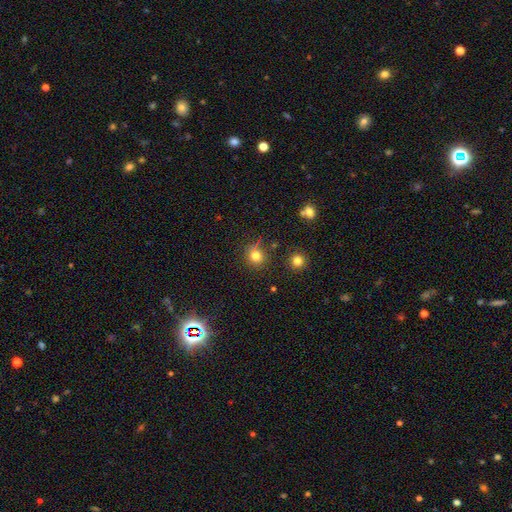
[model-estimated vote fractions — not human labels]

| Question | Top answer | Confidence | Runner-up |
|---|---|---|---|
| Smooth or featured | smooth | 79% | star or artifact (15%) |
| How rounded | round | 88% | in between (11%) |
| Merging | none | 78% | minor disturbance (13%) |